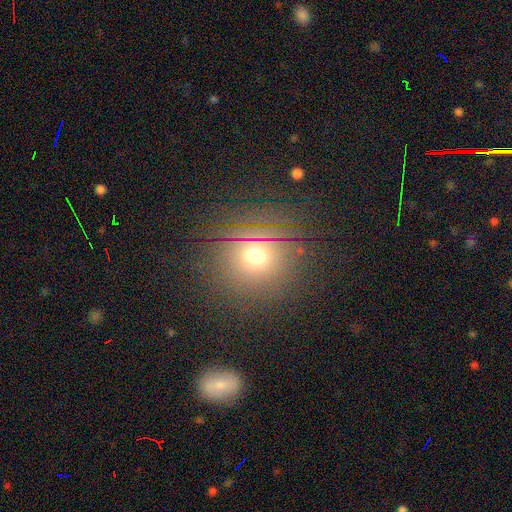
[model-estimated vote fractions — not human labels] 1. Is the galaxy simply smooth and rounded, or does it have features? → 63% smooth, 26% star or artifact, 12% featured or disk.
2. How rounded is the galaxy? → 87% round, 12% in between, 1% cigar-shaped.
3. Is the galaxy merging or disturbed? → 85% none, 9% minor disturbance, 5% major disturbance, 2% merger.